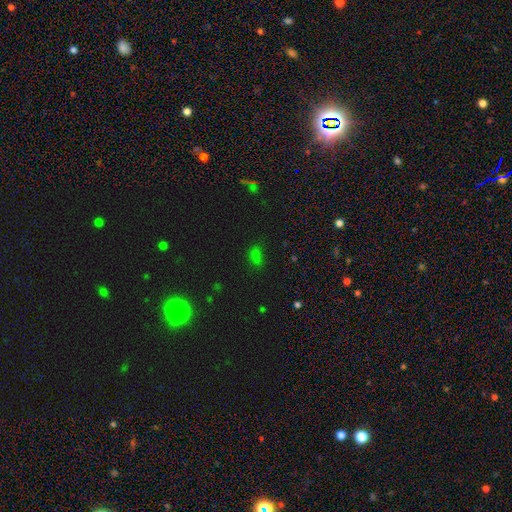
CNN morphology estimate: Smooth or featured?
  - smooth: 58% *
  - star or artifact: 34%
  - featured or disk: 7%
How rounded?
  - in between: 79% *
  - round: 16%
  - cigar-shaped: 5%
Merging?
  - none: 62% *
  - minor disturbance: 21%
  - major disturbance: 10%
  - merger: 7%